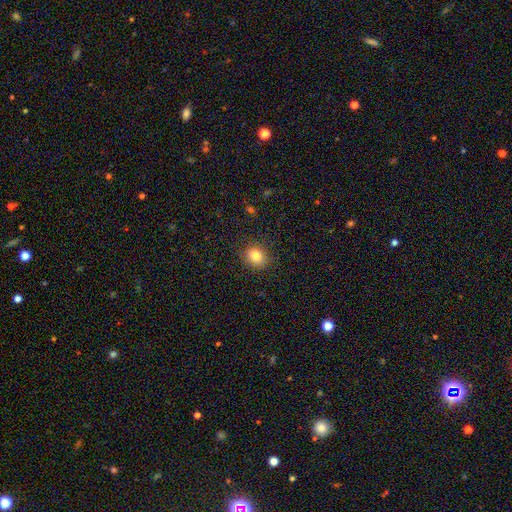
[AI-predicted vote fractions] Smooth or featured? Predicted: smooth (p=0.83). How rounded? Predicted: round (p=0.67). Merging? Predicted: none (p=0.88).